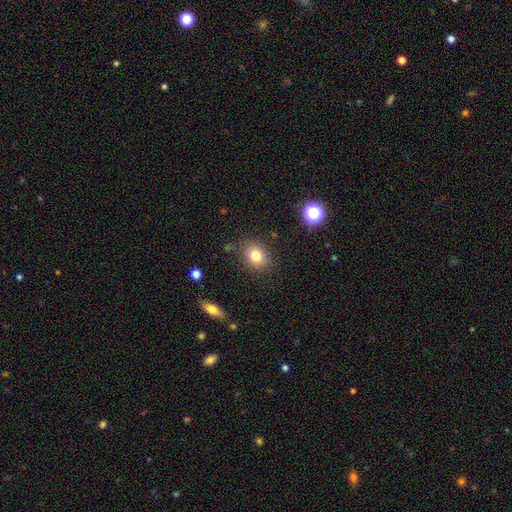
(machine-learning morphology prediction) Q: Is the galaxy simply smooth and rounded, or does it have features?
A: smooth — 80%.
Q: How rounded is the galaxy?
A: round — 52%.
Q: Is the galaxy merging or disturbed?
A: none — 83%.